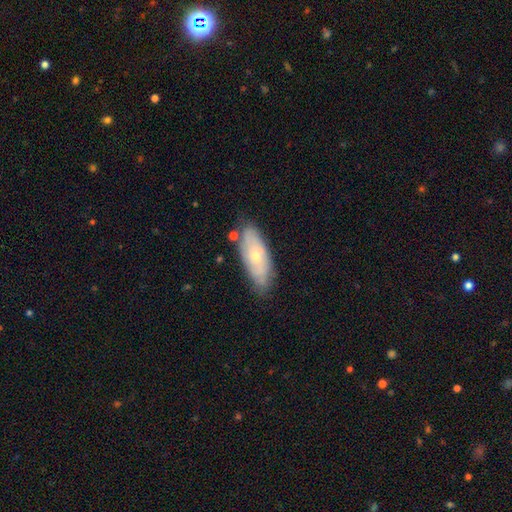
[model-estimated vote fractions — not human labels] This is possibly a smooth galaxy (50%). Merging: likely none (74%).